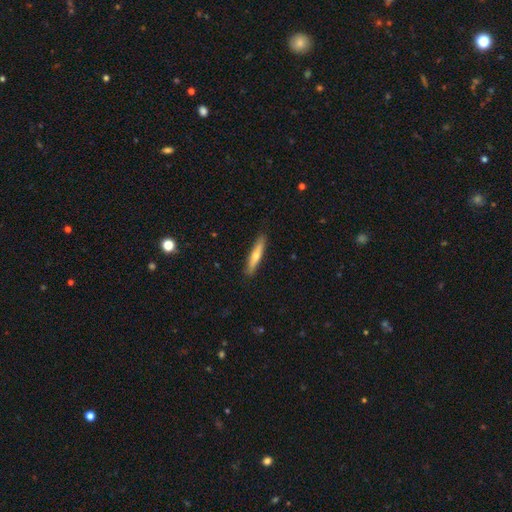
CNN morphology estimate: A smooth galaxy with no disk features (48%).

Vote fractions:
- Smooth or featured? smooth: 48% / featured or disk: 46% / star or artifact: 6%
- Merging? none: 90% / minor disturbance: 8% / major disturbance: 2% / merger: 1%